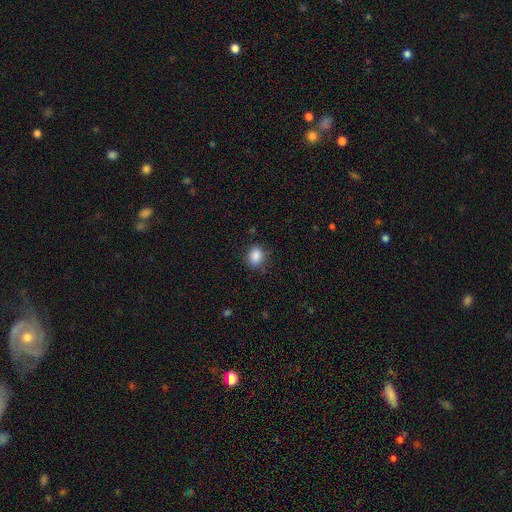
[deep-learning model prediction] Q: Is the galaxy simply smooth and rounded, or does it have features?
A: smooth — 87%.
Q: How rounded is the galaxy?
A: in between — 53%.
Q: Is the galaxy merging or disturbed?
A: none — 80%.